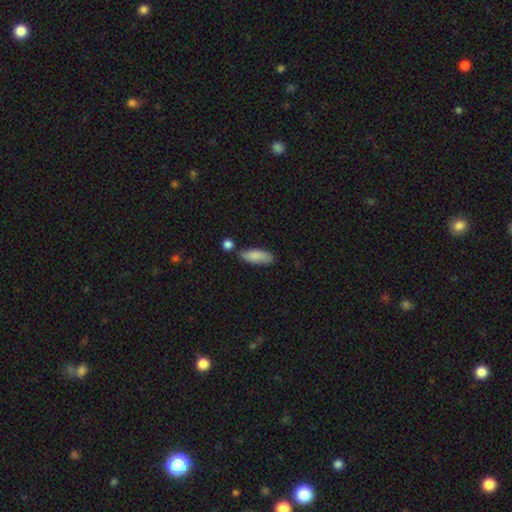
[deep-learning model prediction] smooth_or_featured: smooth (p=0.84) [alt: featured or disk p=0.10]
how_rounded: in between (p=0.69) [alt: cigar-shaped p=0.29]
merging: none (p=0.67) [alt: minor disturbance p=0.18]